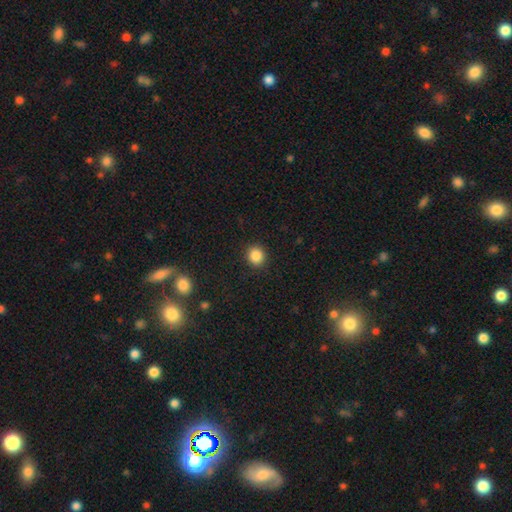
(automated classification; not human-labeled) smooth 87%, star or artifact 10%, featured or disk 3%. Down the decision tree: how rounded — round (86%); merging — none (90%).